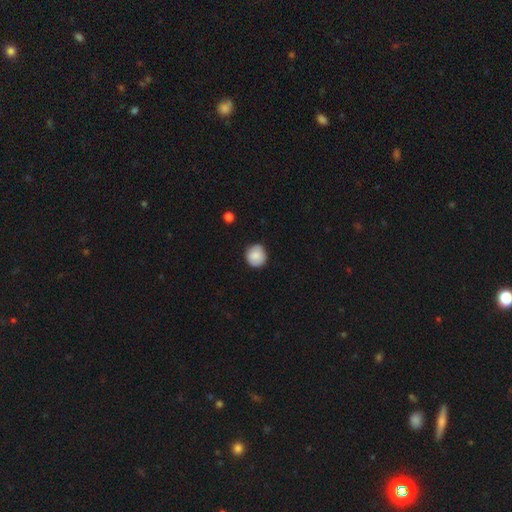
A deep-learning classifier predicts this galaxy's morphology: smooth-or-featured: smooth: 85% | featured or disk: 8% | star or artifact: 7%
  how-rounded: round: 90% | in between: 9% | cigar-shaped: 1%
  merging: none: 85% | minor disturbance: 12% | major disturbance: 2% | merger: 1%